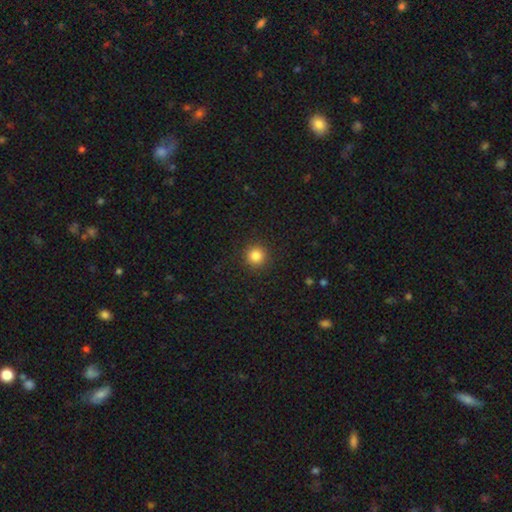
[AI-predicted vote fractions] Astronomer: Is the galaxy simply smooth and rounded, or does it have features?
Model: smooth — 84%.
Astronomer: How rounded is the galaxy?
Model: round — 95%.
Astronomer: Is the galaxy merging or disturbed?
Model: none — 92%.